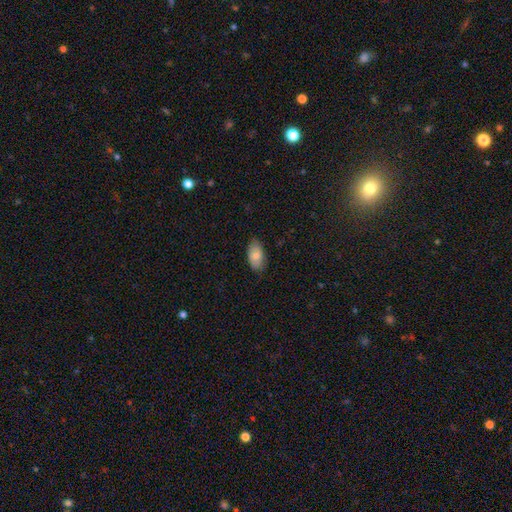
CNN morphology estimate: Smooth or featured? Predicted: smooth (p=0.79). How rounded? Predicted: in between (p=0.94). Merging? Predicted: none (p=0.82).